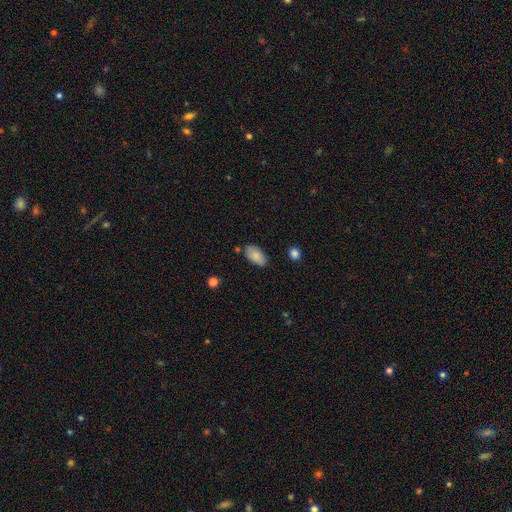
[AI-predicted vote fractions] The model was most divided on "merging": none: 78%, minor disturbance: 16%, major disturbance: 3%, merger: 3%. More confident: how rounded — in between (94%); smooth or featured — smooth (85%).